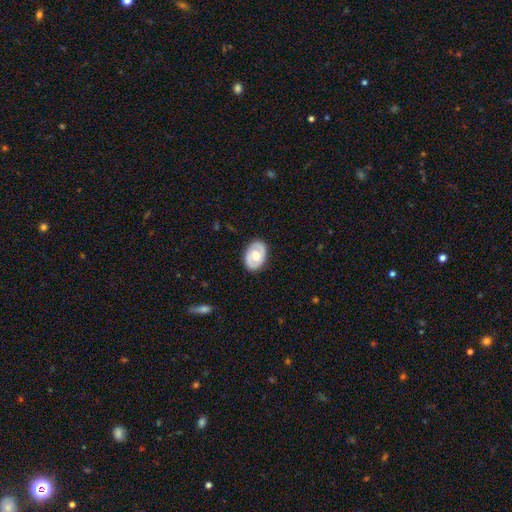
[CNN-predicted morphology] smooth_or_featured: featured or disk (p=0.48) [alt: smooth p=0.46]
merging: none (p=0.86) [alt: minor disturbance p=0.11]